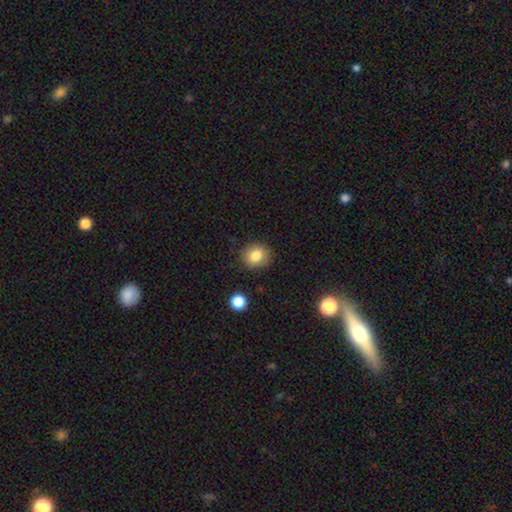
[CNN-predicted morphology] A smooth galaxy with no disk features (83%) that is round (70%). Merging: none (86%).